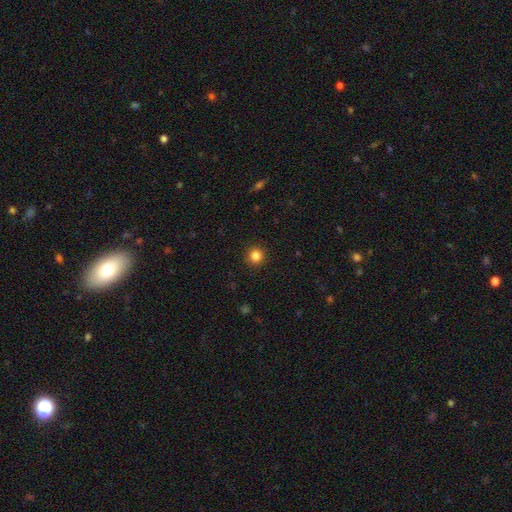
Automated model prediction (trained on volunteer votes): Smooth or featured?
  - smooth: 84% *
  - star or artifact: 12%
  - featured or disk: 4%
How rounded?
  - round: 92% *
  - in between: 7%
  - cigar-shaped: 1%
Merging?
  - none: 92% *
  - minor disturbance: 5%
  - major disturbance: 2%
  - merger: 1%